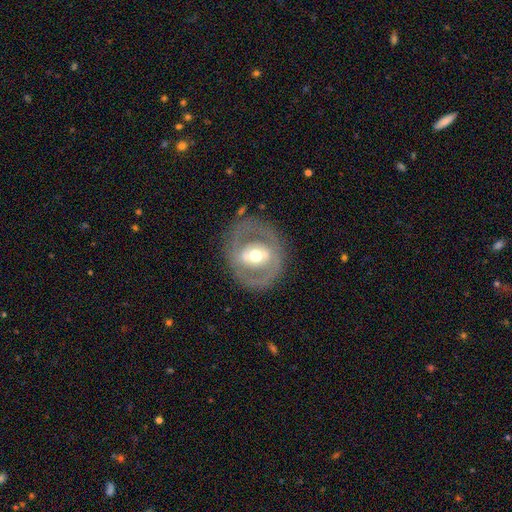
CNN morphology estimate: smooth-or-featured: featured or disk: 69% | smooth: 26% | star or artifact: 6%
  disk-edge-on: no: 94% | yes: 6%
    bar: weak: 35% | no: 33% | strong: 32%
    has-spiral-arms: no: 63% | yes: 37%
    bulge-size: moderate: 68% | large: 16% | small: 13% | dominant: 1% | none: 1%
  merging: none: 76% | minor disturbance: 13% | major disturbance: 10% | merger: 1%